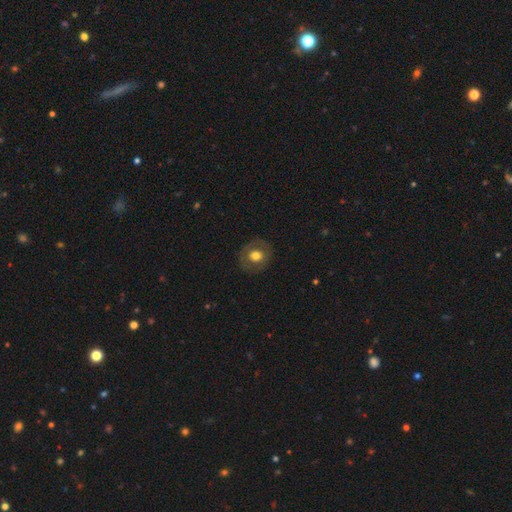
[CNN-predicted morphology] smooth 61%, featured or disk 30%, star or artifact 8%. Down the decision tree: how rounded — round (82%); merging — none (85%).